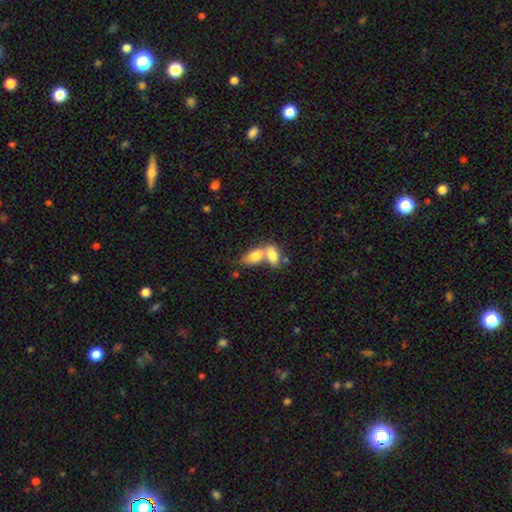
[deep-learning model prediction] Smooth or featured: smooth — 77% (featured or disk — 16%)
How rounded: in between — 85% (round — 8%)
Merging: merger — 70% (none — 20%)